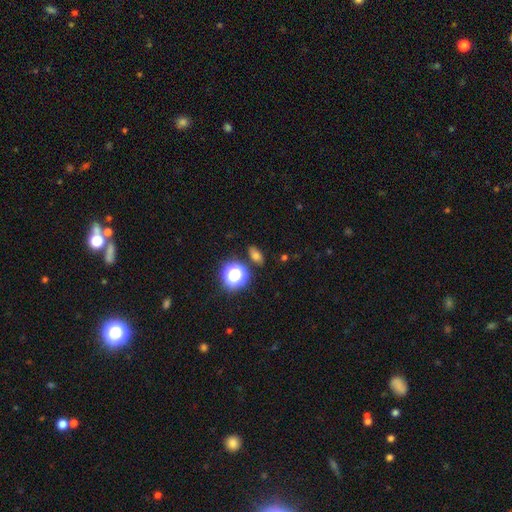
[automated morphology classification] A smooth galaxy with no disk features (67%) that is in between round and cigar-shaped (72%). Merging: none (81%).